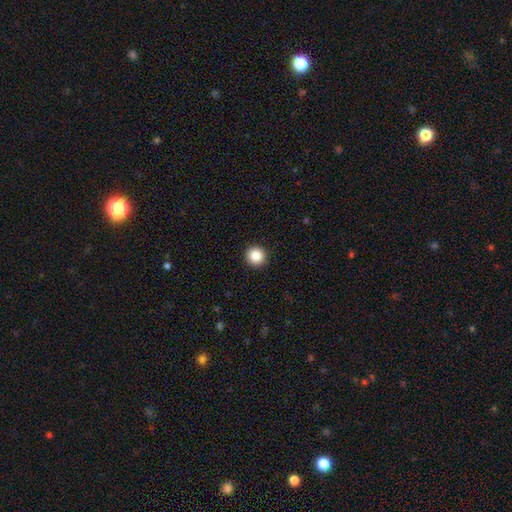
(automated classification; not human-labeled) smooth-or-featured: smooth: 86% | star or artifact: 10% | featured or disk: 4%
  how-rounded: round: 95% | in between: 4% | cigar-shaped: 1%
  merging: none: 93% | minor disturbance: 5% | major disturbance: 2% | merger: 1%